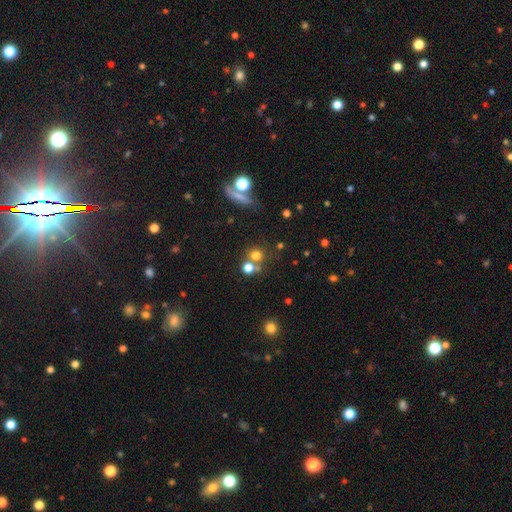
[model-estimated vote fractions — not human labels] The model was most divided on "merging": none: 60%, merger: 27%, minor disturbance: 9%, major disturbance: 4%. More confident: how rounded — round (86%); smooth or featured — smooth (70%).